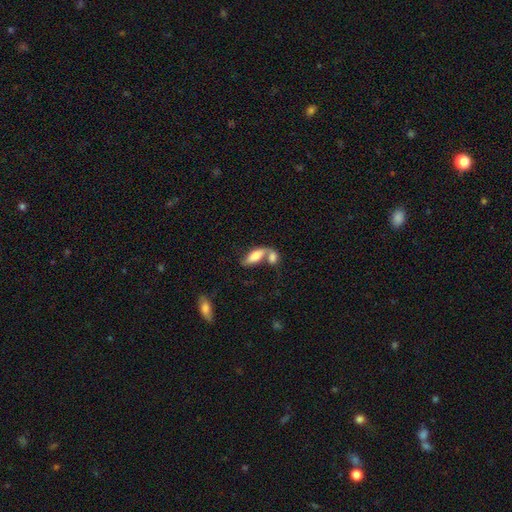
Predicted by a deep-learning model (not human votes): Morphology: type=smooth (66%); roundness=in between (71%); merging=merger (55%).